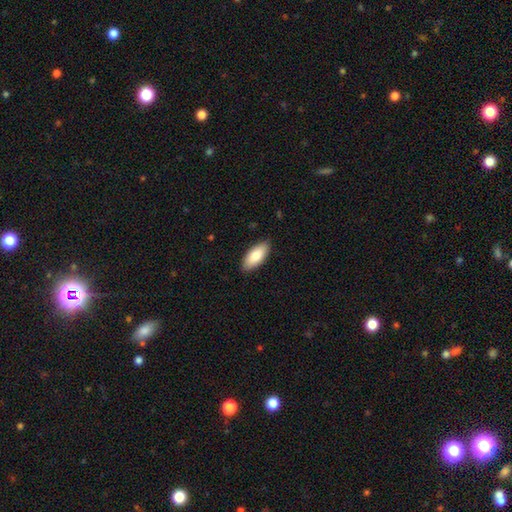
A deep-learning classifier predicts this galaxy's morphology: Q: Smooth or featured?
A: smooth (83%); runner-up: featured or disk (12%)
Q: How rounded?
A: in between (88%); runner-up: cigar-shaped (11%)
Q: Merging?
A: none (87%); runner-up: minor disturbance (10%)